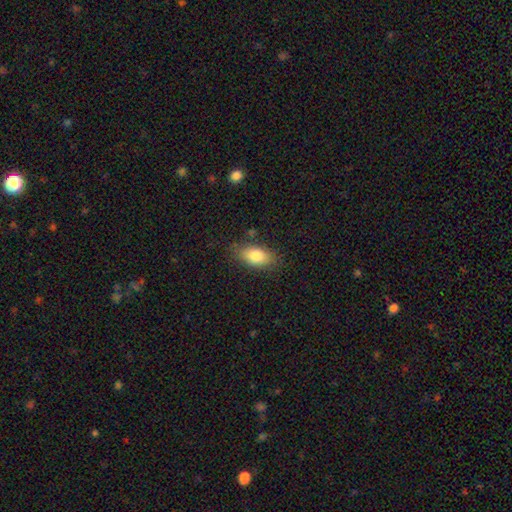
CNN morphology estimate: This is clearly a smooth galaxy (82%). How rounded: clearly in between (89%). Merging: clearly none (80%).